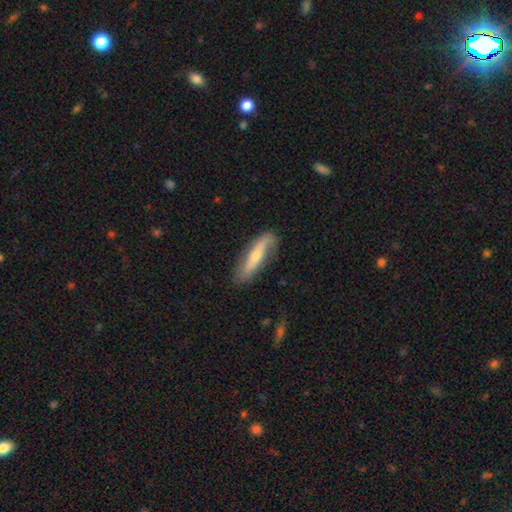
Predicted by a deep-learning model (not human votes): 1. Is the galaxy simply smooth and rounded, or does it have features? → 53% featured or disk, 41% smooth, 6% star or artifact.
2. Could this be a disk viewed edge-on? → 54% no, 46% yes.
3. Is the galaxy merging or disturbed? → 73% none, 19% minor disturbance, 5% major disturbance, 2% merger.